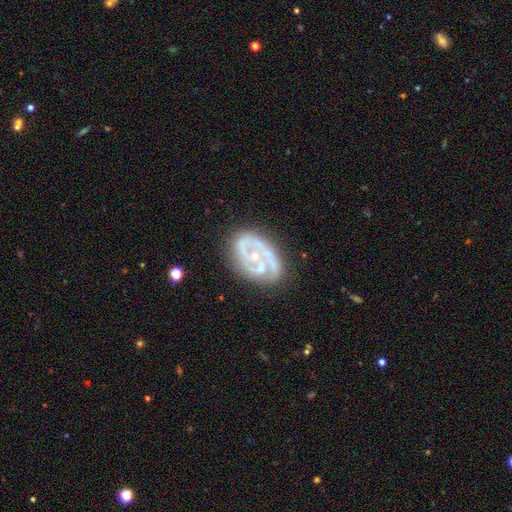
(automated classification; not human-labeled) featured or disk 80%, smooth 13%, star or artifact 7%. Down the decision tree: edge-on disk — no (97%); bar — no (68%); spiral arms — yes (78%); spiral arm count — 2 (50%); spiral winding — tight (48%); bulge size — small (64%); merging — none (66%).